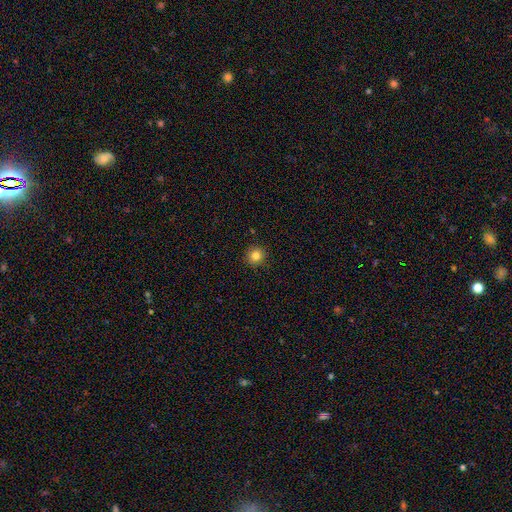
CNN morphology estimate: A smooth galaxy with no disk features (82%) that is round (94%).

Vote fractions:
- Smooth or featured? smooth: 82% / star or artifact: 12% / featured or disk: 6%
- How rounded? round: 94% / in between: 5% / cigar-shaped: 1%
- Merging? none: 92% / minor disturbance: 5% / major disturbance: 2% / merger: 1%